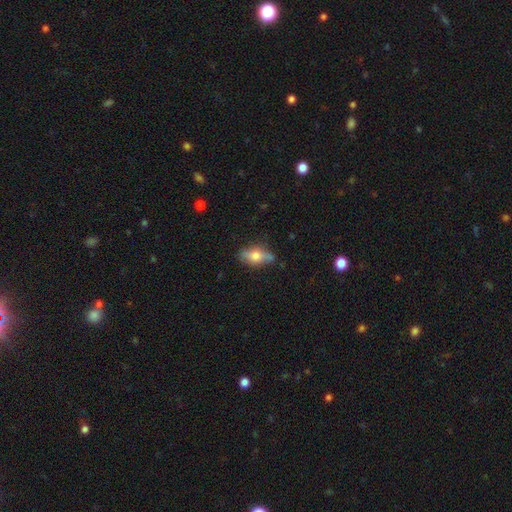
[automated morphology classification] type=smooth (56%); roundness=in between (79%); merging=none (70%).